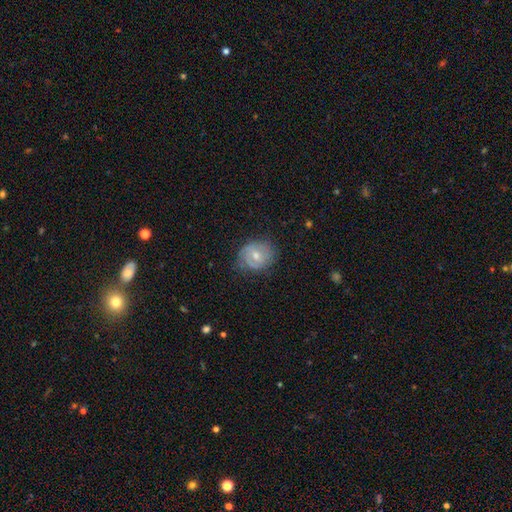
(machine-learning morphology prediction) Smooth or featured? Predicted: featured or disk (p=0.51). Edge-on disk? Predicted: no (p=0.97). Merging? Predicted: none (p=0.66).